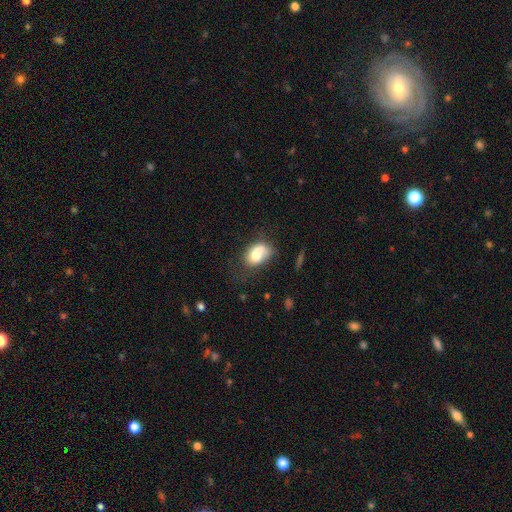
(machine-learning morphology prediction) smooth-or-featured: smooth: 69% | featured or disk: 22% | star or artifact: 9%
  how-rounded: in between: 78% | round: 21% | cigar-shaped: 2%
  merging: none: 36% | minor disturbance: 25% | merger: 22% | major disturbance: 17%